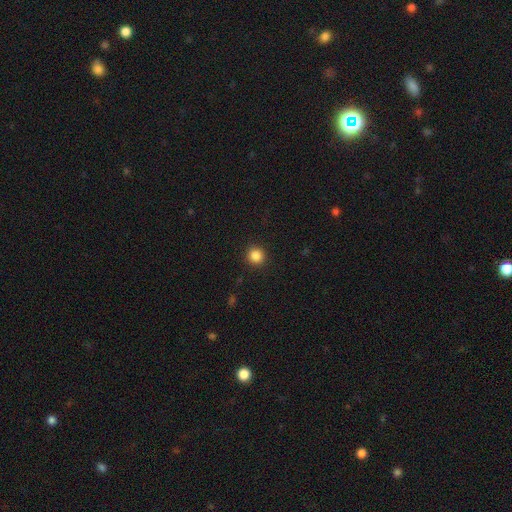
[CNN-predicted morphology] Q: Smooth or featured?
A: smooth (86%); runner-up: star or artifact (11%)
Q: How rounded?
A: round (94%); runner-up: in between (5%)
Q: Merging?
A: none (92%); runner-up: minor disturbance (5%)